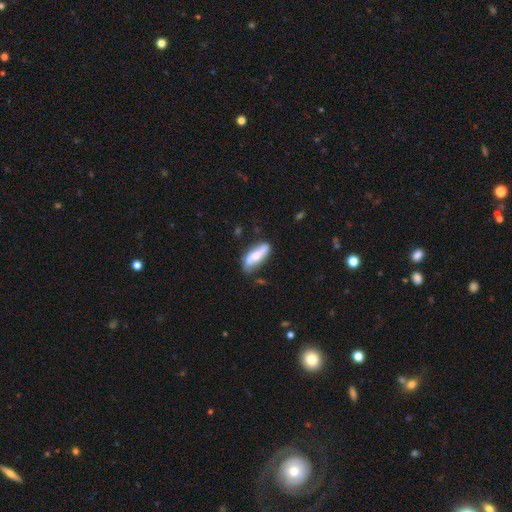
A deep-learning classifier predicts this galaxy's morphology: smooth 60%, featured or disk 34%, star or artifact 6%. Down the decision tree: how rounded — in between (59%); merging — none (68%).